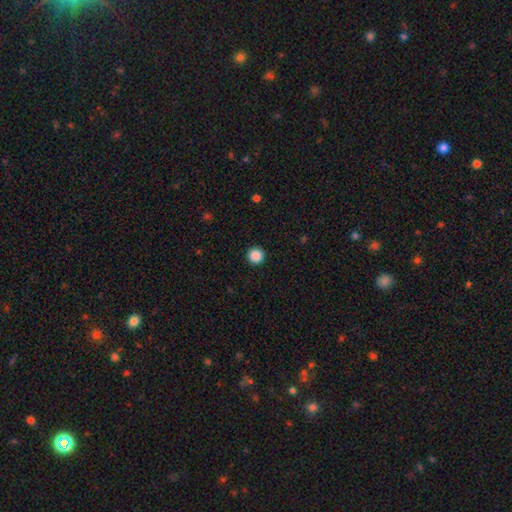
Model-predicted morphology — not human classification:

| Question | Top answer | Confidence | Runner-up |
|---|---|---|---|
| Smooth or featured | smooth | 88% | star or artifact (10%) |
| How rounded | round | 96% | in between (3%) |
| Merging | none | 93% | minor disturbance (4%) |